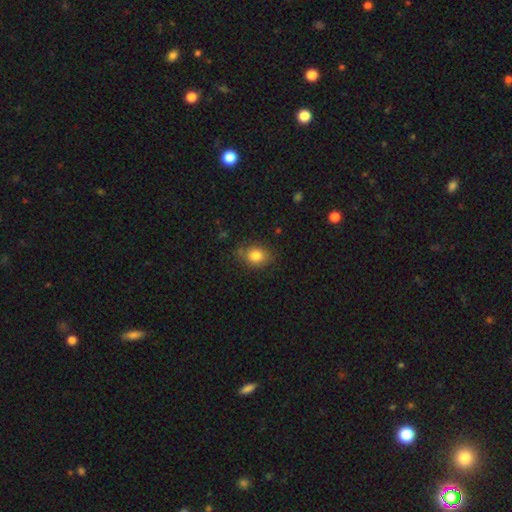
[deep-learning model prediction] The model was most divided on "how rounded": in between: 62%, round: 36%, cigar-shaped: 1%. More confident: smooth or featured — smooth (82%); merging — none (76%).